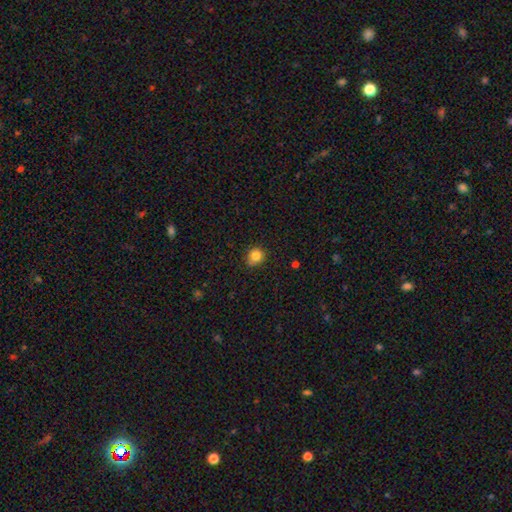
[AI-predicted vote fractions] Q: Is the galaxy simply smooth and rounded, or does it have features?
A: smooth — 83%.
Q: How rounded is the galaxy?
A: round — 84%.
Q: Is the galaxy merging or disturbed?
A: none — 76%.